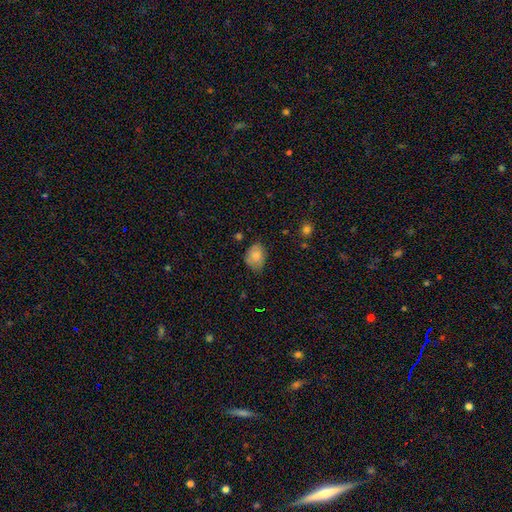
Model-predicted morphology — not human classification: This appears to be a smooth galaxy with no disk features (80%) that is in between round and cigar-shaped (69%). Merging: none (57%).